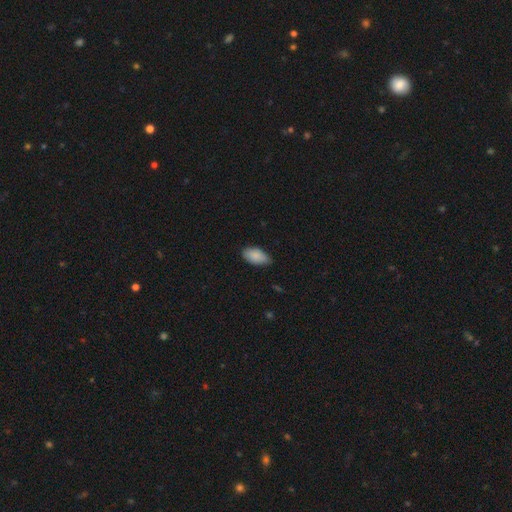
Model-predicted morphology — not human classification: smooth_or_featured: smooth (p=0.88) [alt: star or artifact p=0.06]
how_rounded: in between (p=0.94) [alt: round p=0.03]
merging: none (p=0.74) [alt: minor disturbance p=0.22]